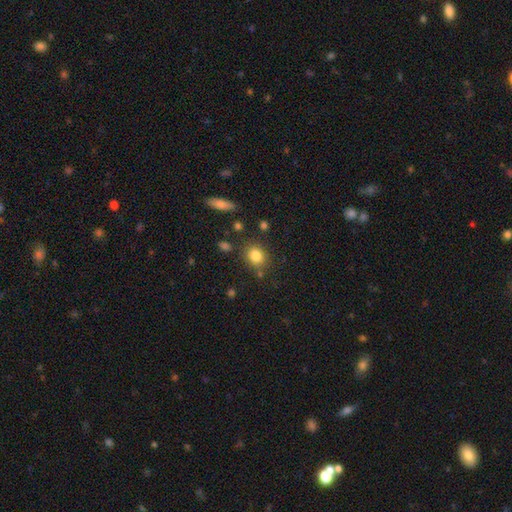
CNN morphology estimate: Smooth or featured? Predicted: smooth (p=0.83). How rounded? Predicted: round (p=0.67). Merging? Predicted: none (p=0.77).